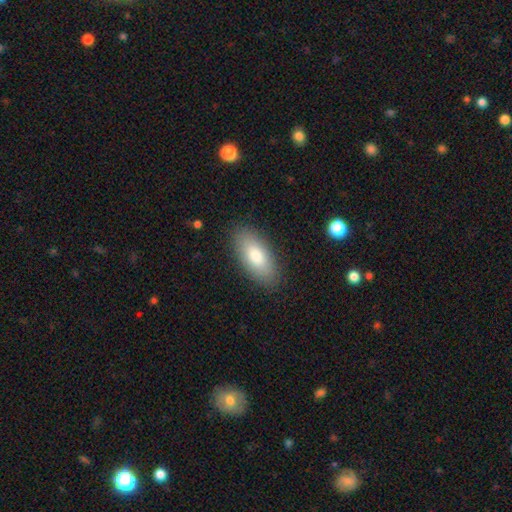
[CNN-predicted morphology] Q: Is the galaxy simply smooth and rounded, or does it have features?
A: smooth — 79%.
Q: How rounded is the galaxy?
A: in between — 88%.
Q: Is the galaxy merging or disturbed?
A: none — 87%.